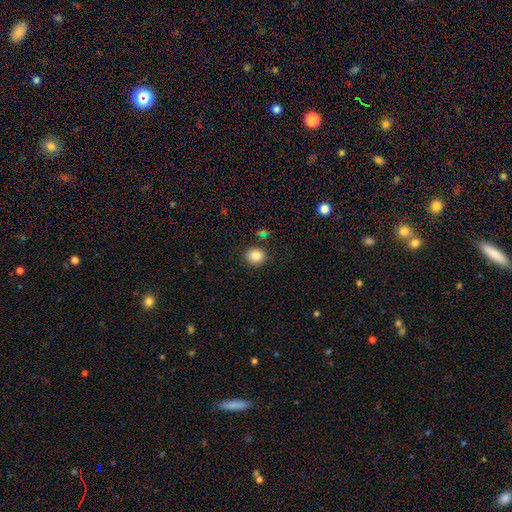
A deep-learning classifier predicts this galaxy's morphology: Smooth or featured?
  - smooth: 86% *
  - star or artifact: 10%
  - featured or disk: 5%
How rounded?
  - round: 77% *
  - in between: 22%
  - cigar-shaped: 1%
Merging?
  - none: 86% *
  - minor disturbance: 8%
  - merger: 3%
  - major disturbance: 3%